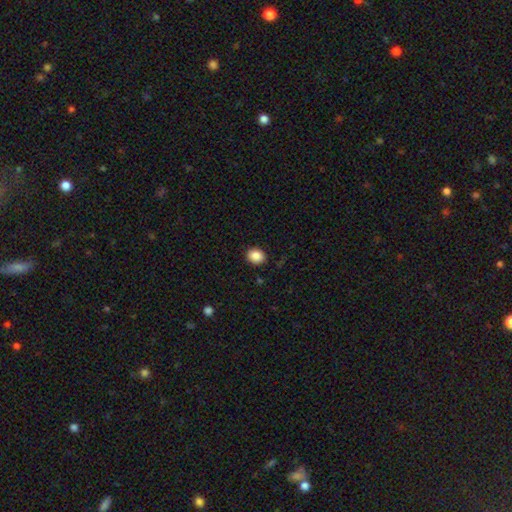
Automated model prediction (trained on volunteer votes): Morphology: type=smooth (88%); roundness=round (56%); merging=none (89%).